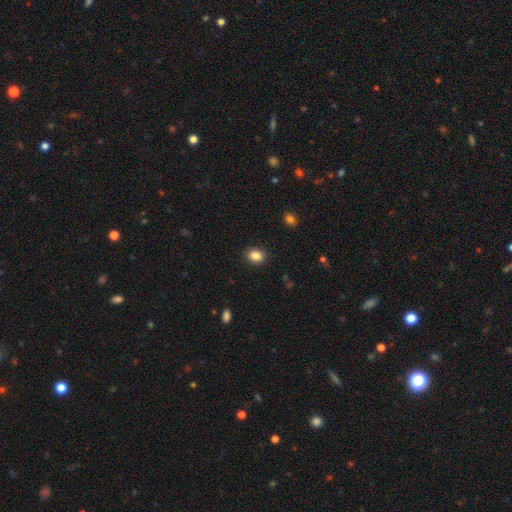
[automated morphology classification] Smooth or featured: smooth — 85% (star or artifact — 10%)
How rounded: round — 52% (in between — 47%)
Merging: none — 90% (minor disturbance — 7%)